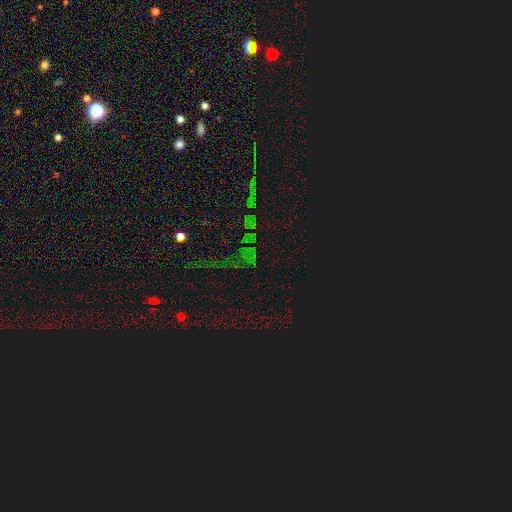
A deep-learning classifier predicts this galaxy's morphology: smooth-or-featured: star or artifact: 82% | smooth: 11% | featured or disk: 8%